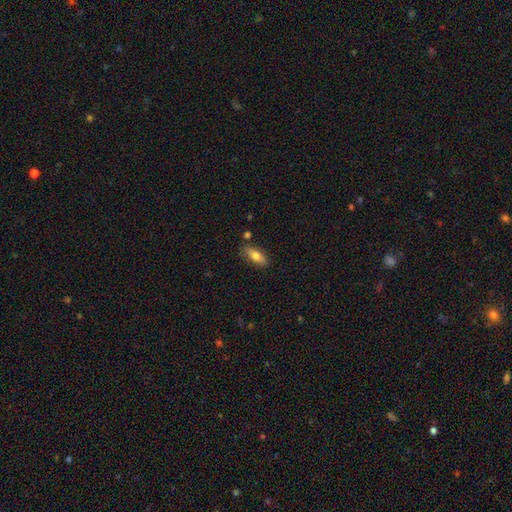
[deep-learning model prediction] Smooth or featured? smooth (69%)
How rounded? in between (64%)
Merging? none (80%)